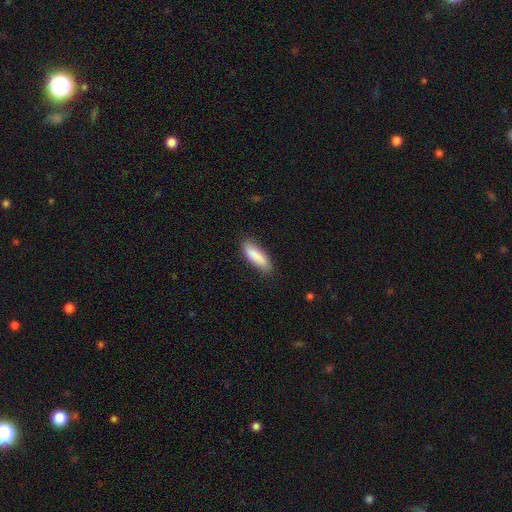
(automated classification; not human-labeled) Smooth or featured? smooth (87%)
How rounded? in between (55%)
Merging? none (80%)